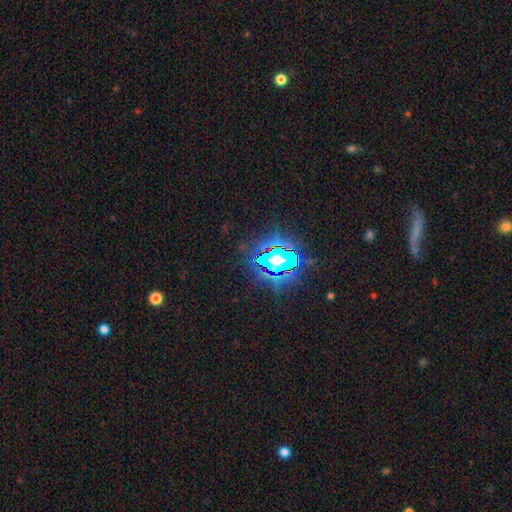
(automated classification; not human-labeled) Overall: star or artifact (80%).